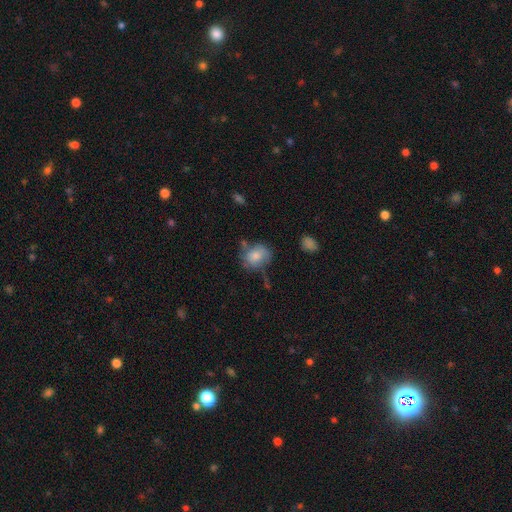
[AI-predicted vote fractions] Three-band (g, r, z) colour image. It shows a smooth galaxy with no disk features (71%) that is round (60%). Merging: none (45%).